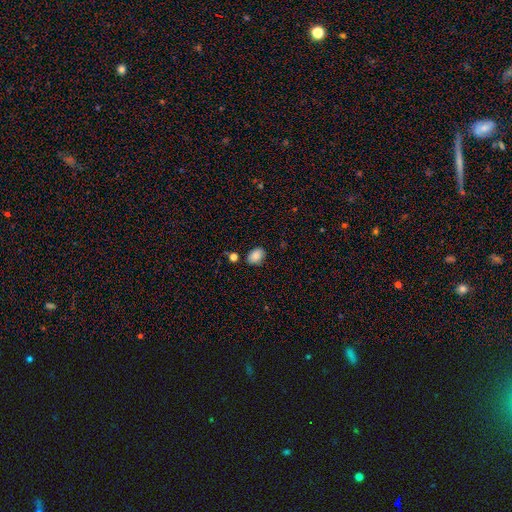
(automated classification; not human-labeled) The model was most divided on "how rounded": in between: 78%, round: 21%, cigar-shaped: 1%. More confident: smooth or featured — smooth (85%); merging — none (78%).